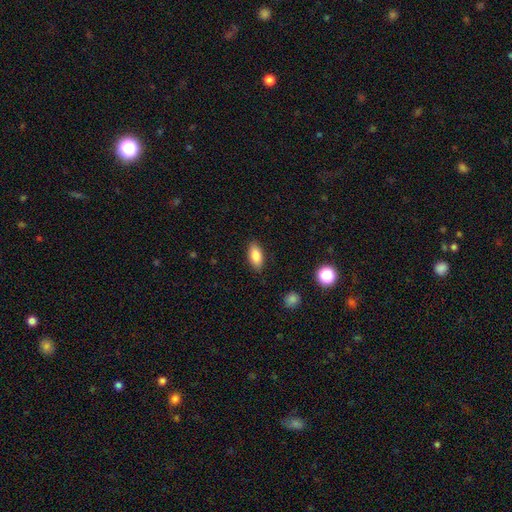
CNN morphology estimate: A smooth galaxy with no disk features (86%) that is in between round and cigar-shaped (88%).

Vote fractions:
- Smooth or featured? smooth: 86% / star or artifact: 7% / featured or disk: 7%
- How rounded? in between: 88% / cigar-shaped: 9% / round: 3%
- Merging? none: 87% / minor disturbance: 9% / major disturbance: 2% / merger: 1%